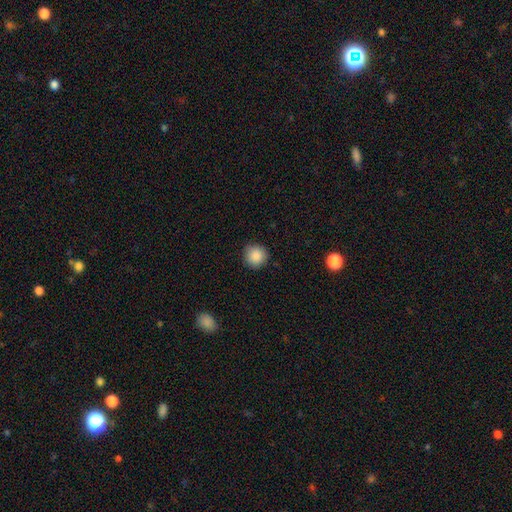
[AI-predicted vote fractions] Smooth or featured? Predicted: smooth (p=0.88). How rounded? Predicted: round (p=0.94). Merging? Predicted: none (p=0.89).